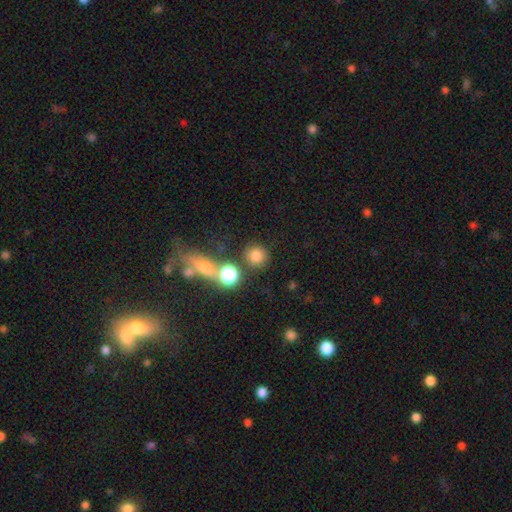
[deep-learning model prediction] Smooth or featured?
  - smooth: 76% *
  - star or artifact: 16%
  - featured or disk: 8%
How rounded?
  - round: 89% *
  - in between: 10%
  - cigar-shaped: 2%
Merging?
  - none: 75% *
  - merger: 11%
  - minor disturbance: 9%
  - major disturbance: 5%